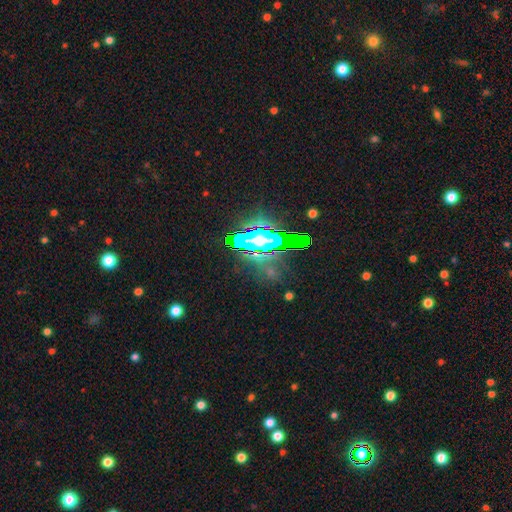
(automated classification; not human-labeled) A star or artifact, not a galaxy (65%).

Vote fractions:
- Smooth or featured? star or artifact: 65% / featured or disk: 21% / smooth: 14%